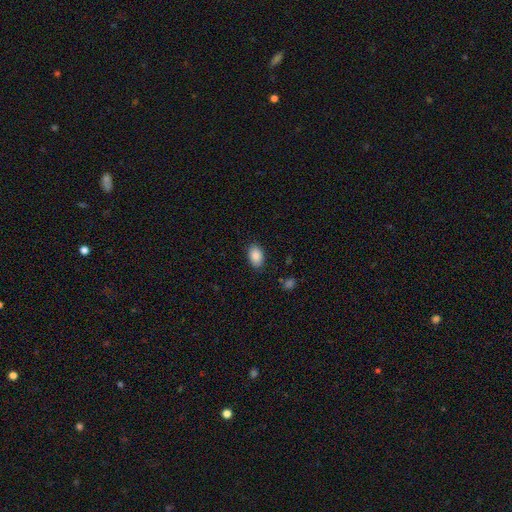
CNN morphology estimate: smooth-or-featured: smooth: 88% | star or artifact: 7% | featured or disk: 4%
  how-rounded: in between: 89% | round: 10% | cigar-shaped: 1%
  merging: none: 86% | minor disturbance: 10% | major disturbance: 3% | merger: 1%